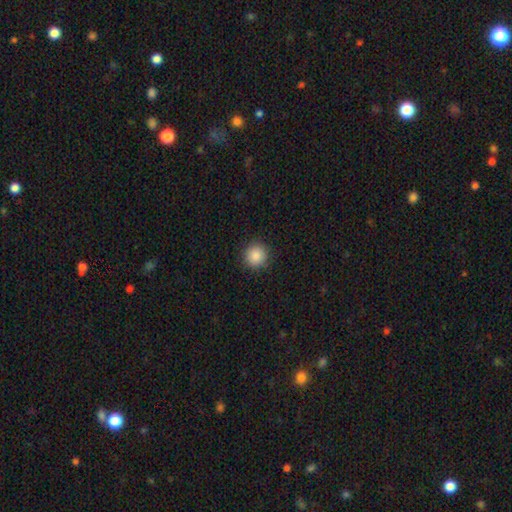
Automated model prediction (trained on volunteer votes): The model was most divided on "smooth or featured": smooth: 88%, star or artifact: 9%, featured or disk: 3%. More confident: how rounded — round (93%); merging — none (91%).